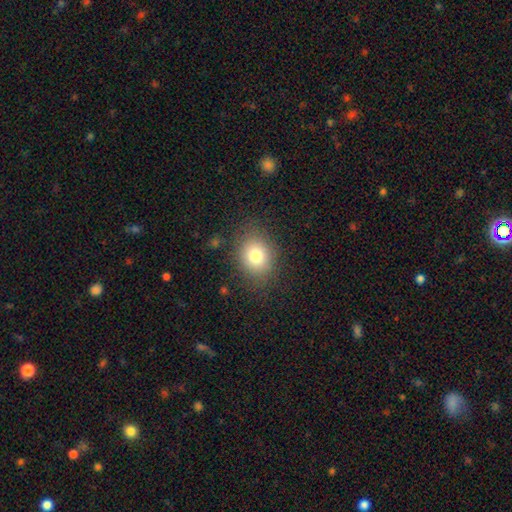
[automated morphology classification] Smooth or featured: smooth — 79% (star or artifact — 11%)
How rounded: round — 55% (in between — 44%)
Merging: none — 81% (minor disturbance — 12%)